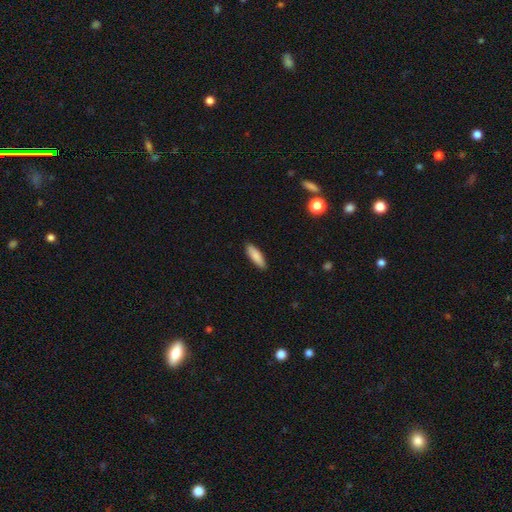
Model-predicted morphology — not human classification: smooth 87%, featured or disk 7%, star or artifact 6%. Down the decision tree: how rounded — cigar-shaped (50%); merging — none (89%).